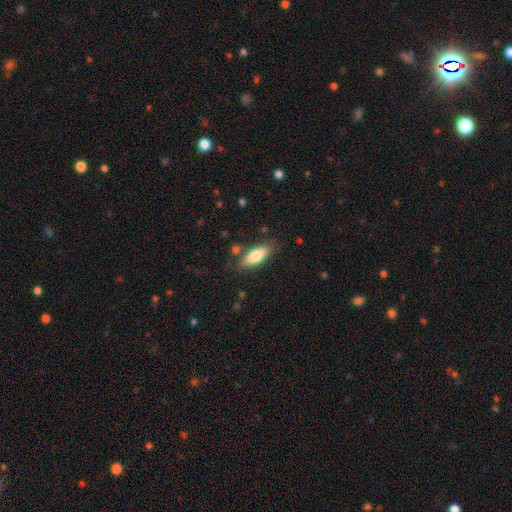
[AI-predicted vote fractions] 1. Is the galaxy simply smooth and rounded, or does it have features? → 76% smooth, 18% featured or disk, 6% star or artifact.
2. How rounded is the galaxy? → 67% in between, 31% cigar-shaped, 2% round.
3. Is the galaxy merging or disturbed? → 80% none, 13% minor disturbance, 3% major disturbance, 3% merger.